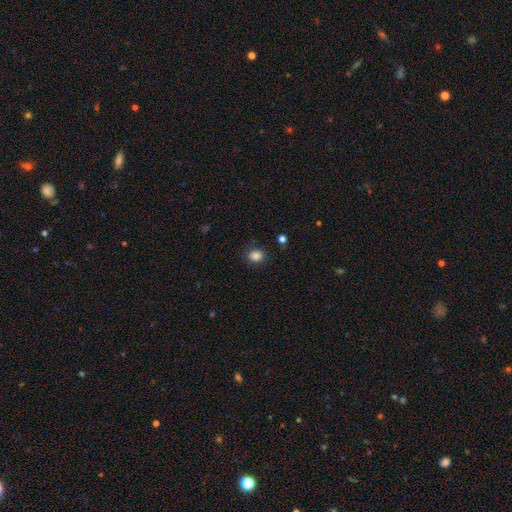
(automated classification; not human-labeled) The model was most divided on "how rounded": in between: 54%, round: 45%, cigar-shaped: 1%. More confident: smooth or featured — smooth (85%); merging — none (83%).